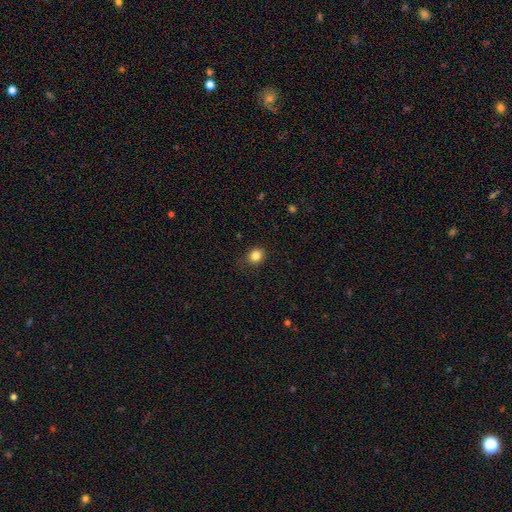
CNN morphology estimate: Smooth or featured? smooth (84%)
How rounded? round (72%)
Merging? none (81%)